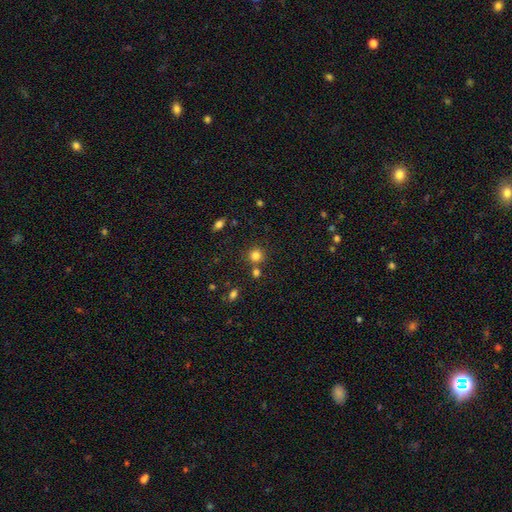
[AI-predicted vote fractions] Q: Smooth or featured?
A: smooth (80%); runner-up: star or artifact (14%)
Q: How rounded?
A: round (91%); runner-up: in between (8%)
Q: Merging?
A: none (75%); runner-up: merger (14%)